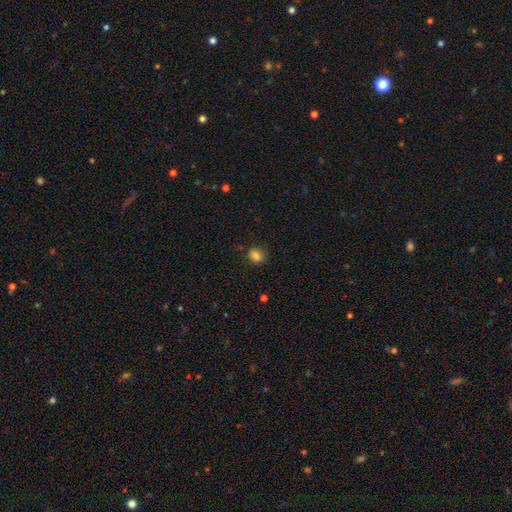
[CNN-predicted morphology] The model was most divided on "how rounded": round: 51%, in between: 47%, cigar-shaped: 1%. More confident: smooth or featured — smooth (84%); merging — none (81%).